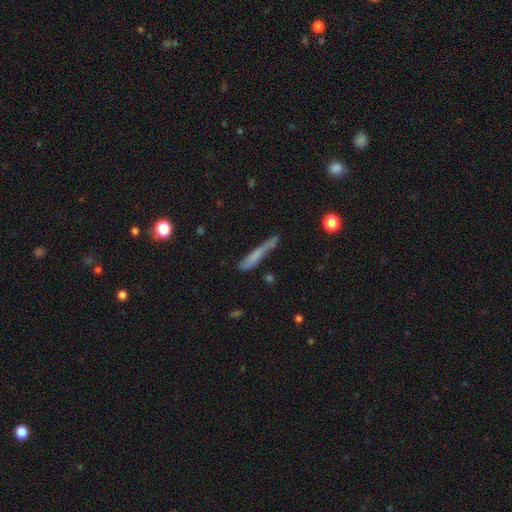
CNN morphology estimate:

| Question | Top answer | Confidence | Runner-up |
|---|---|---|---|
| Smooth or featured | smooth | 58% | featured or disk (32%) |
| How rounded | cigar-shaped | 92% | in between (6%) |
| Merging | none | 50% | minor disturbance (27%) |